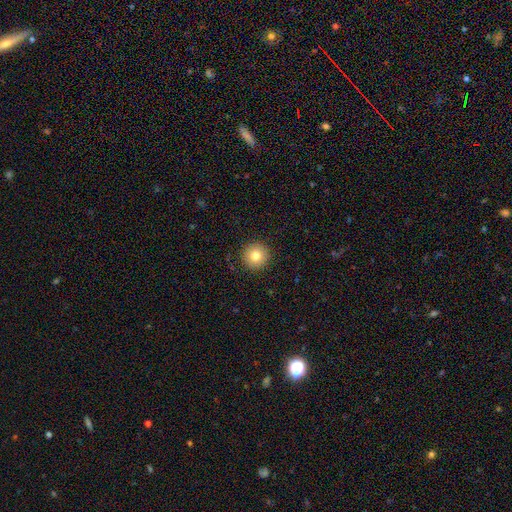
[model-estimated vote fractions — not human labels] Q: Smooth or featured?
A: smooth (79%); runner-up: featured or disk (11%)
Q: How rounded?
A: round (96%); runner-up: in between (3%)
Q: Merging?
A: none (92%); runner-up: minor disturbance (5%)